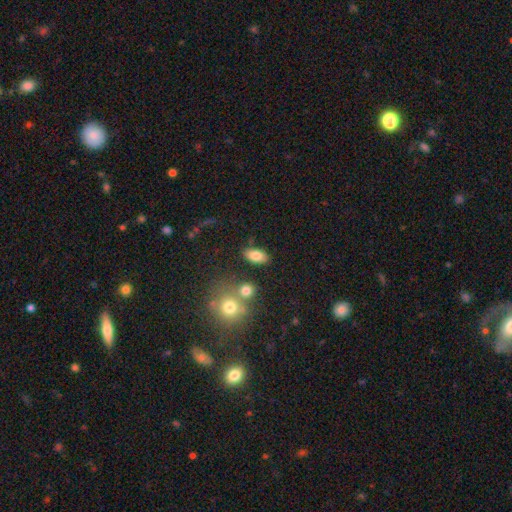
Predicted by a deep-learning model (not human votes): A smooth galaxy with no disk features (82%) that is in between round and cigar-shaped (90%).

Vote fractions:
- Smooth or featured? smooth: 82% / featured or disk: 10% / star or artifact: 9%
- How rounded? in between: 90% / round: 6% / cigar-shaped: 4%
- Merging? none: 80% / minor disturbance: 10% / merger: 6% / major disturbance: 3%